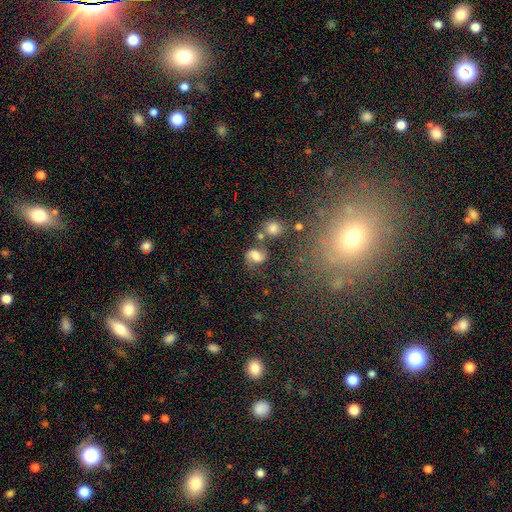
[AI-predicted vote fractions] featured or disk 50%, smooth 38%, star or artifact 12%. Down the decision tree: edge-on disk — no (97%); merging — none (52%).